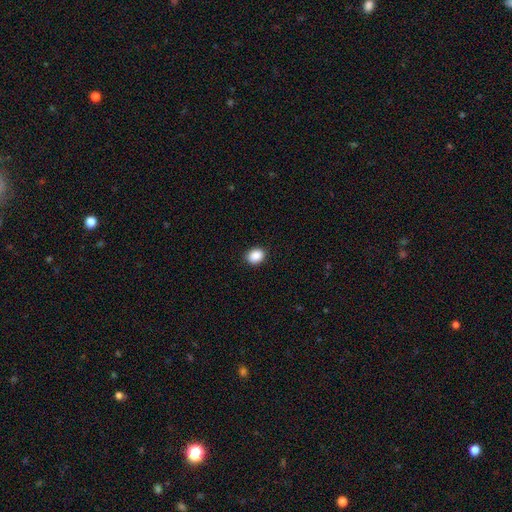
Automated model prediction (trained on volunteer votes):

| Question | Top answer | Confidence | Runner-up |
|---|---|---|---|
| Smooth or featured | smooth | 89% | star or artifact (8%) |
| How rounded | round | 50% | in between (49%) |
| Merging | none | 90% | minor disturbance (7%) |